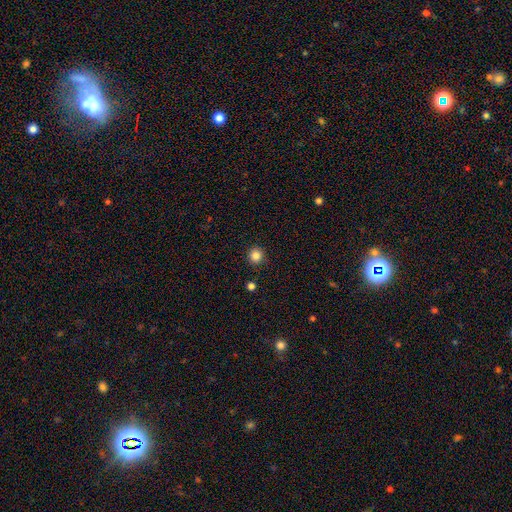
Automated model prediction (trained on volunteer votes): Q: Smooth or featured?
A: smooth (85%); runner-up: star or artifact (11%)
Q: How rounded?
A: round (94%); runner-up: in between (5%)
Q: Merging?
A: none (92%); runner-up: minor disturbance (5%)